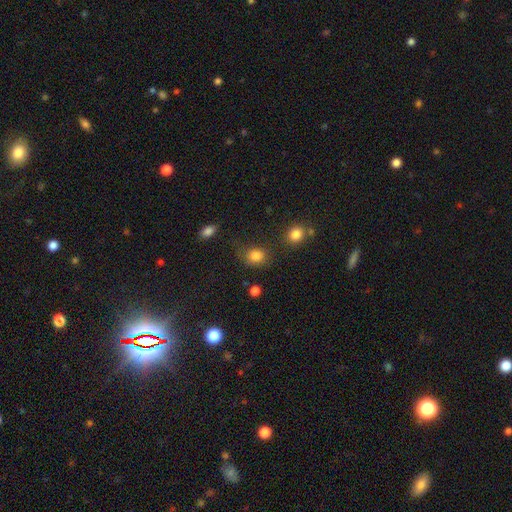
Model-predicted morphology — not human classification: Q: Smooth or featured?
A: smooth (83%); runner-up: star or artifact (12%)
Q: How rounded?
A: round (58%); runner-up: in between (41%)
Q: Merging?
A: none (65%); runner-up: minor disturbance (20%)